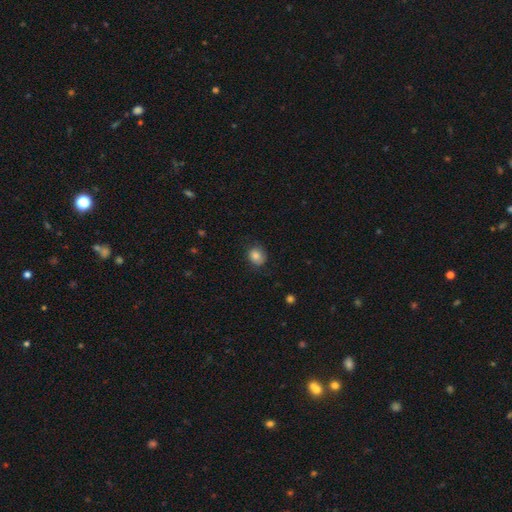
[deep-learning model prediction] Smooth or featured? smooth (83%)
How rounded? round (60%)
Merging? none (72%)